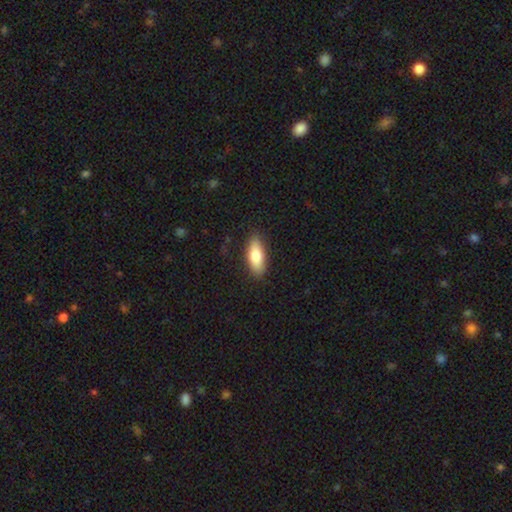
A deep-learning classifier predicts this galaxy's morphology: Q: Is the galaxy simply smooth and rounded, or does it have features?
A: smooth — 80%.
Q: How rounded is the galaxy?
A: in between — 76%.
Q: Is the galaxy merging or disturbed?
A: none — 86%.